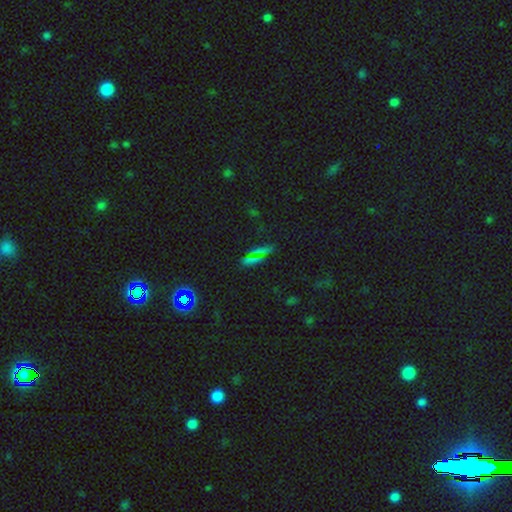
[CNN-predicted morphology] Smooth or featured? Predicted: smooth (p=0.51). How rounded? Predicted: cigar-shaped (p=0.56). Merging? Predicted: none (p=0.73).